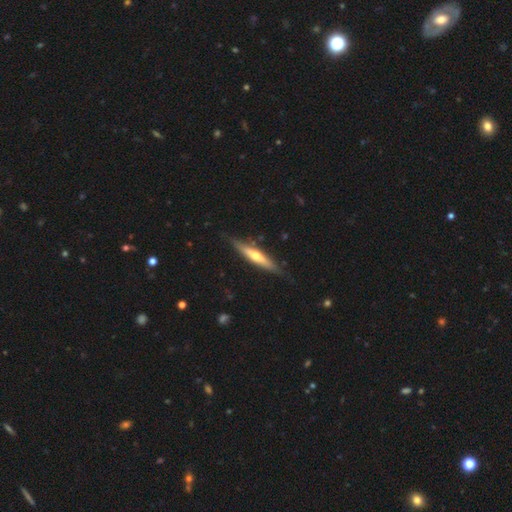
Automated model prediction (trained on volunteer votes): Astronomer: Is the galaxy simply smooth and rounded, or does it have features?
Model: featured or disk — 56% (runner-up: smooth, 39%).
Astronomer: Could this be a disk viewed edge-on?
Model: yes — 91%.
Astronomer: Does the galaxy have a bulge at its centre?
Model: rounded — 81%.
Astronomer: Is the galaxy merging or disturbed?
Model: none — 83%.